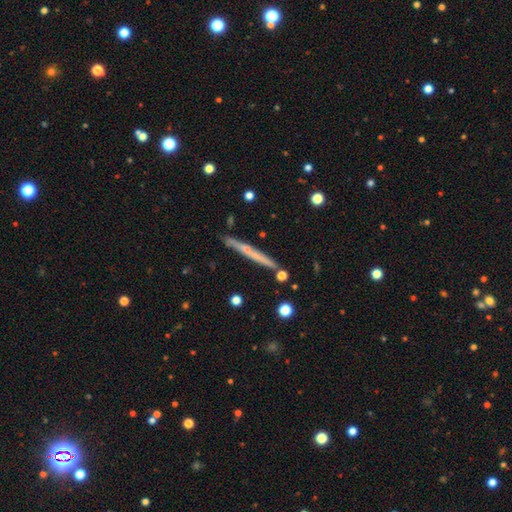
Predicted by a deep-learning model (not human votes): The model was most divided on "edge-on bulge": none: 50%, rounded: 47%, boxy: 4%. More confident: edge-on disk — yes (96%); merging — none (86%); smooth or featured — featured or disk (62%).